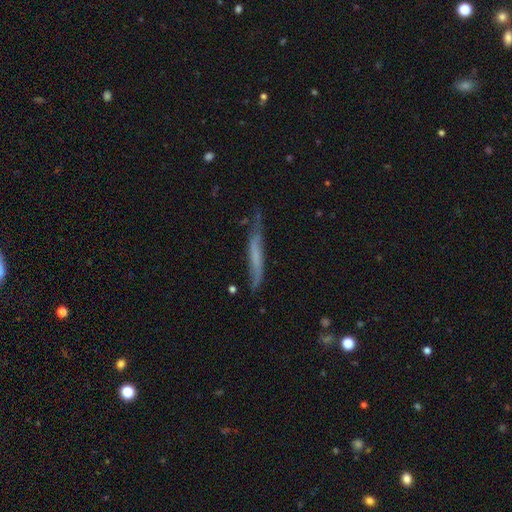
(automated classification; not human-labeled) This is possibly a featured or disk galaxy (47%). Merging: possibly none (54%).